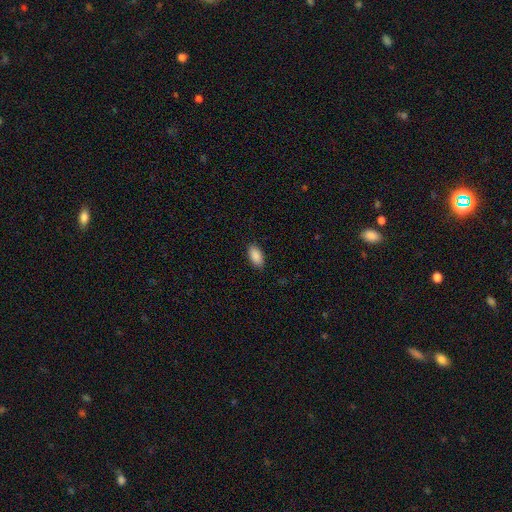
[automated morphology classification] This appears to be a smooth galaxy with no disk features (90%) that is in between round and cigar-shaped (93%). Merging: none (88%).